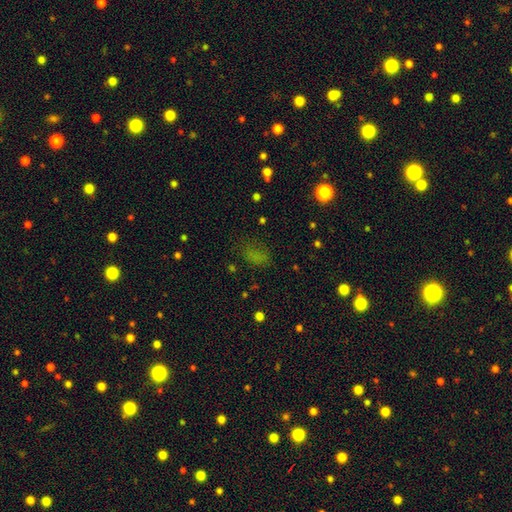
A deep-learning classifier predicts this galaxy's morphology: A smooth galaxy with no disk features (61%) that is in between round and cigar-shaped (78%).

Vote fractions:
- Smooth or featured? smooth: 61% / star or artifact: 28% / featured or disk: 12%
- How rounded? in between: 78% / round: 17% / cigar-shaped: 4%
- Merging? none: 57% / minor disturbance: 21% / major disturbance: 19% / merger: 3%